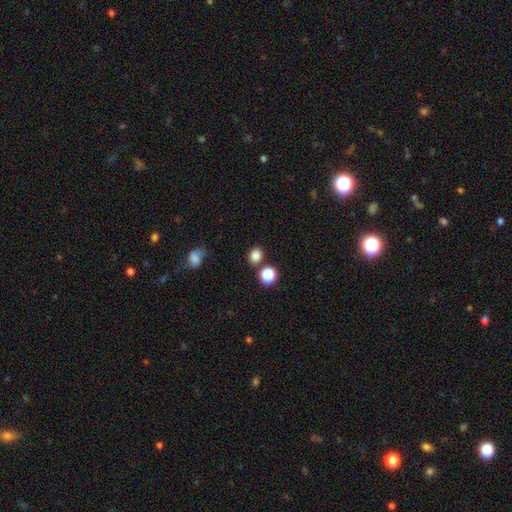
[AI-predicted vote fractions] A smooth galaxy with no disk features (82%) that is round (65%).

Vote fractions:
- Smooth or featured? smooth: 82% / star or artifact: 13% / featured or disk: 5%
- How rounded? round: 65% / in between: 34% / cigar-shaped: 1%
- Merging? none: 77% / minor disturbance: 10% / merger: 10% / major disturbance: 3%